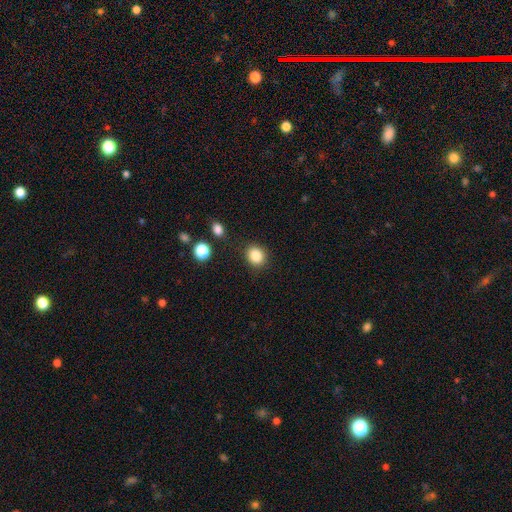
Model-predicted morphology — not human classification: This is clearly a smooth galaxy (85%). How rounded: likely round (71%). Merging: clearly none (86%).